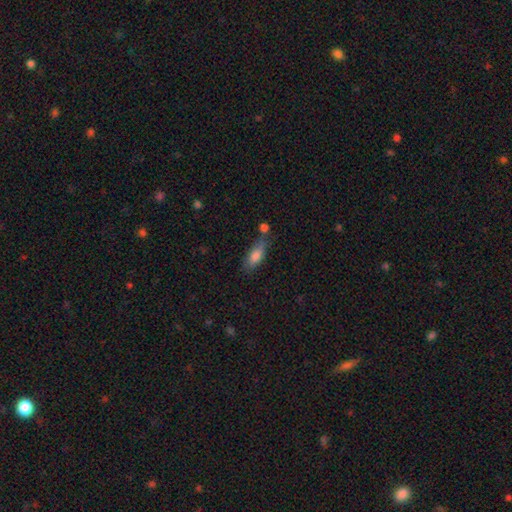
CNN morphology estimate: The model was most divided on "merging": none: 56%, minor disturbance: 22%, merger: 16%, major disturbance: 6%. More confident: smooth or featured — smooth (78%); how rounded — in between (71%).